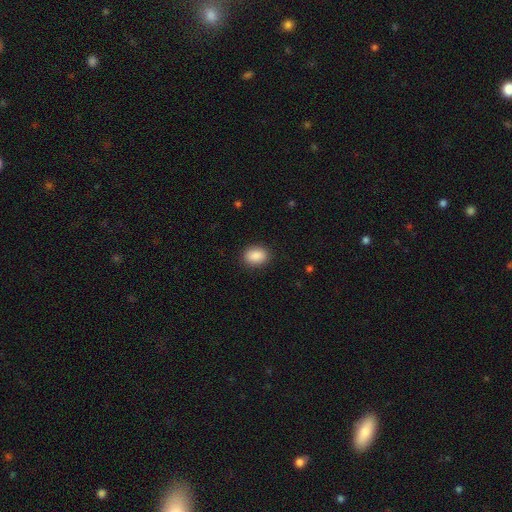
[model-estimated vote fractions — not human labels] Smooth or featured?
  - smooth: 89% *
  - star or artifact: 7%
  - featured or disk: 4%
How rounded?
  - in between: 72% *
  - round: 27%
  - cigar-shaped: 1%
Merging?
  - none: 89% *
  - minor disturbance: 8%
  - major disturbance: 2%
  - merger: 1%